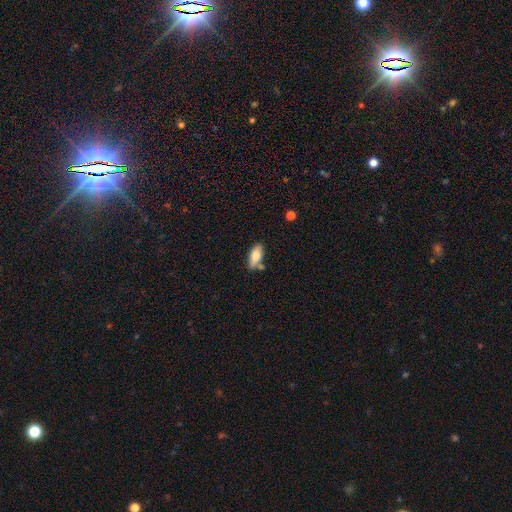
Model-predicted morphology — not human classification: smooth_or_featured: smooth (p=0.76) [alt: featured or disk p=0.17]
how_rounded: in between (p=0.82) [alt: cigar-shaped p=0.16]
merging: none (p=0.66) [alt: minor disturbance p=0.18]